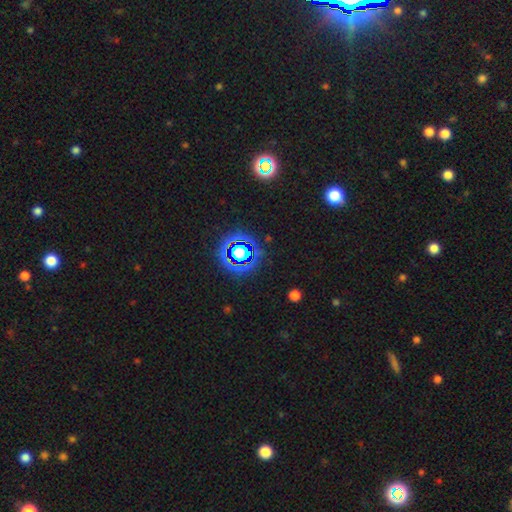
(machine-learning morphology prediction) star or artifact 76%, smooth 16%, featured or disk 8%.